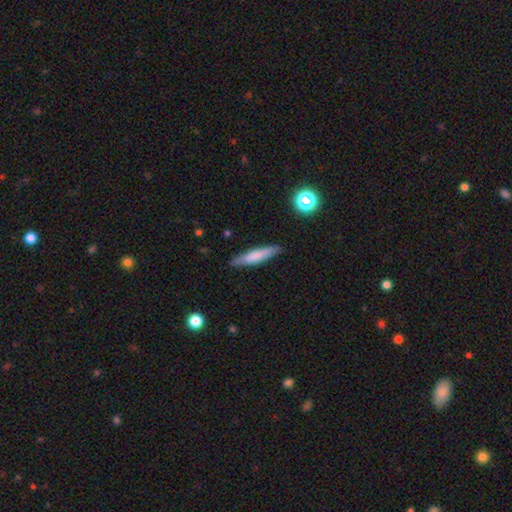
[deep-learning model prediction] Smooth or featured?
  - smooth: 68% *
  - featured or disk: 26%
  - star or artifact: 7%
How rounded?
  - cigar-shaped: 87% *
  - in between: 12%
  - round: 1%
Merging?
  - none: 85% *
  - minor disturbance: 11%
  - major disturbance: 2%
  - merger: 1%